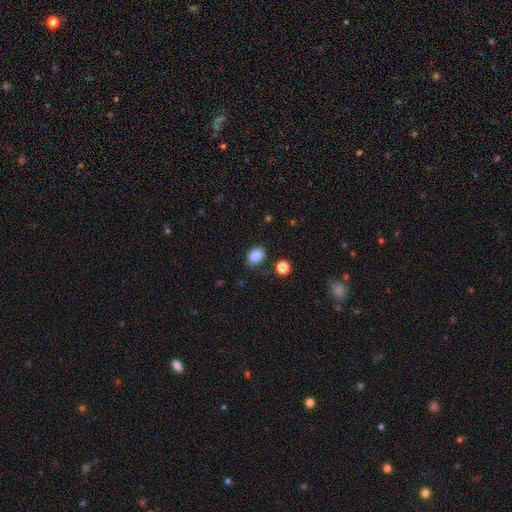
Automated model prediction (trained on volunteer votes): A smooth galaxy with no disk features (86%) that is in between round and cigar-shaped (69%). Merging: none (77%).